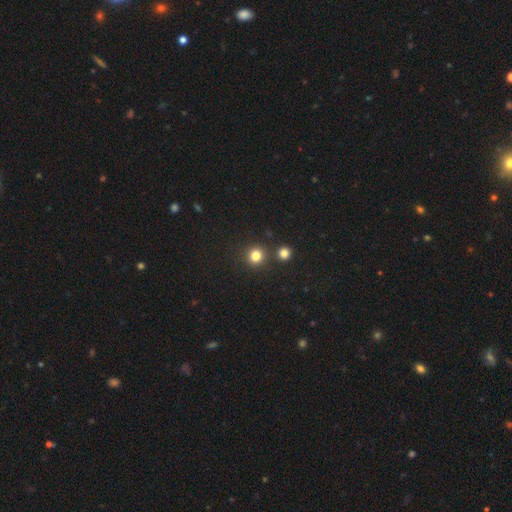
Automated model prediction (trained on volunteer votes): A smooth galaxy with no disk features (81%) that is round (91%). Merging: none (84%).